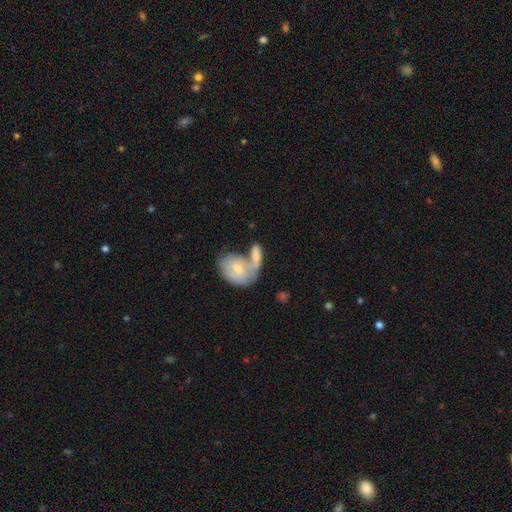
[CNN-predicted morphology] The model was most divided on "smooth or featured": smooth: 63%, featured or disk: 30%, star or artifact: 7%. More confident: how rounded — in between (77%); merging — merger (59%).